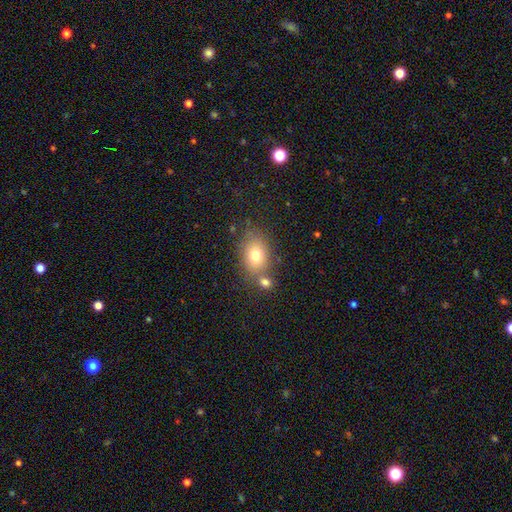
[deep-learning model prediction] smooth 75%, featured or disk 14%, star or artifact 11%. Down the decision tree: how rounded — in between (67%); merging — none (63%).